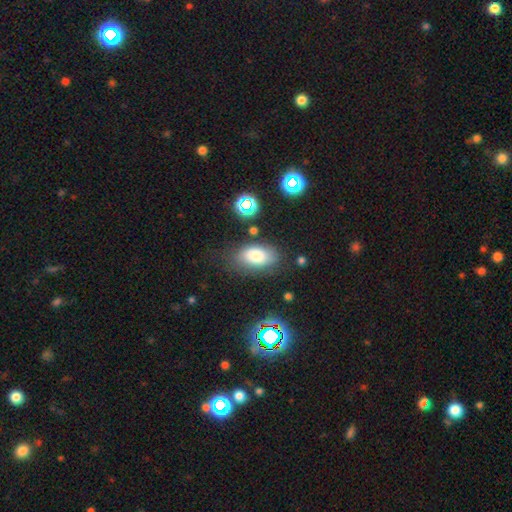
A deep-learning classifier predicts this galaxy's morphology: smooth 77%, featured or disk 12%, star or artifact 11%. Down the decision tree: how rounded — in between (91%); merging — none (69%).